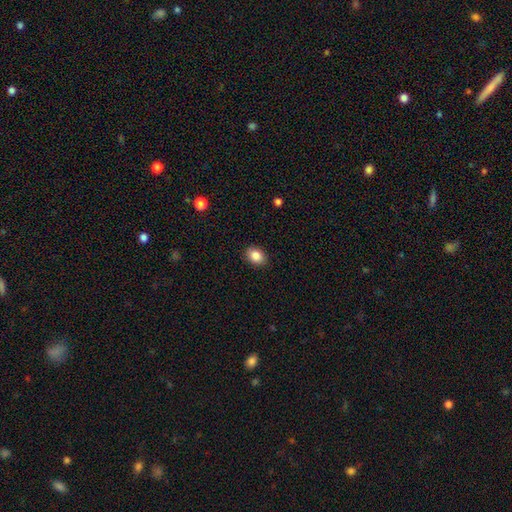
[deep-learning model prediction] Smooth or featured: smooth — 86% (star or artifact — 8%)
How rounded: in between — 69% (round — 30%)
Merging: none — 89% (minor disturbance — 8%)